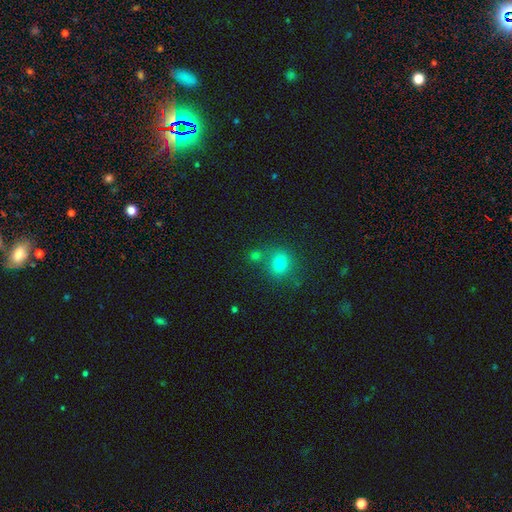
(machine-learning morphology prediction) smooth 72%, star or artifact 20%, featured or disk 8%. Down the decision tree: how rounded — round (72%); merging — none (60%).